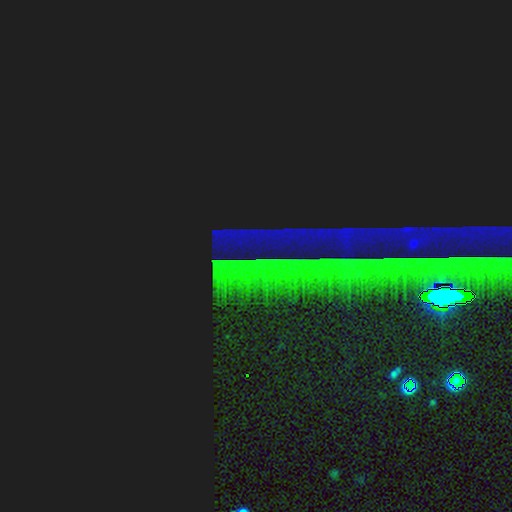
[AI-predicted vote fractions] Smooth or featured? star or artifact (85%)